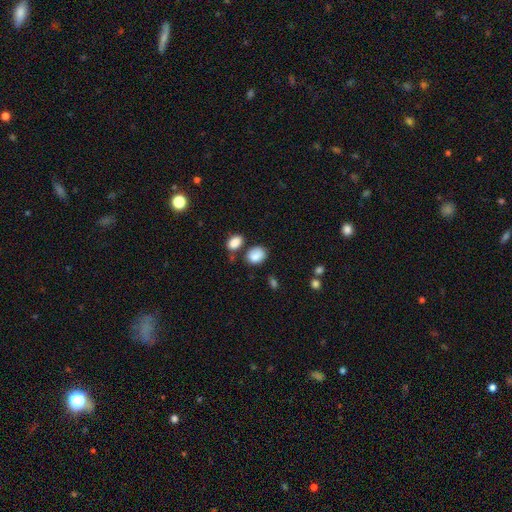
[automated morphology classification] This appears to be a smooth galaxy with no disk features (86%) that is in between round and cigar-shaped (60%). Merging: none (63%).